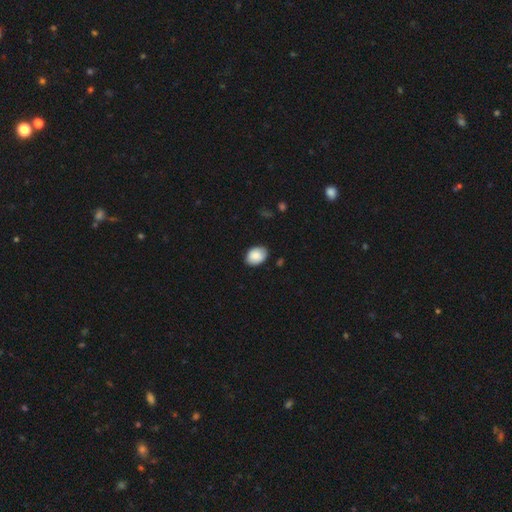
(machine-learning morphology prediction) smooth 87%, star or artifact 7%, featured or disk 6%. Down the decision tree: how rounded — in between (76%); merging — none (84%).